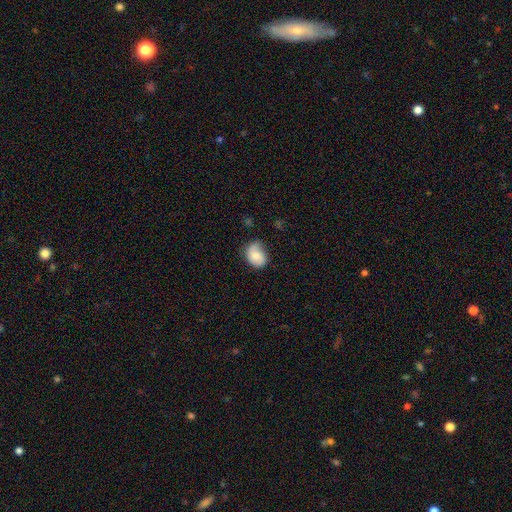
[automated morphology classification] smooth 74%, featured or disk 19%, star or artifact 8%. Down the decision tree: how rounded — in between (62%); merging — none (54%).